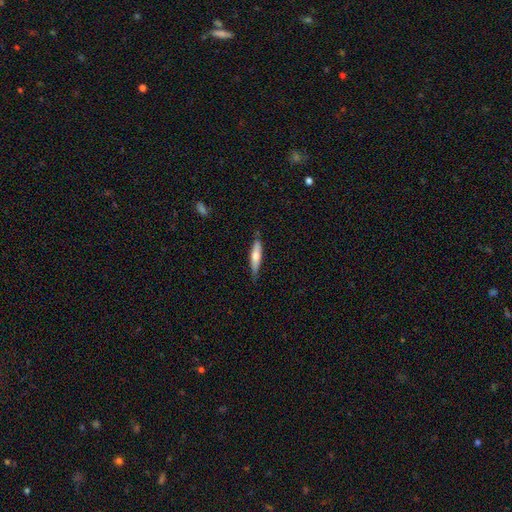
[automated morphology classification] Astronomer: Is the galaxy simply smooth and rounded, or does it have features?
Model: smooth — 61%.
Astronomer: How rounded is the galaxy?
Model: cigar-shaped — 82%.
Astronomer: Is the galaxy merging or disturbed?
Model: none — 75%.